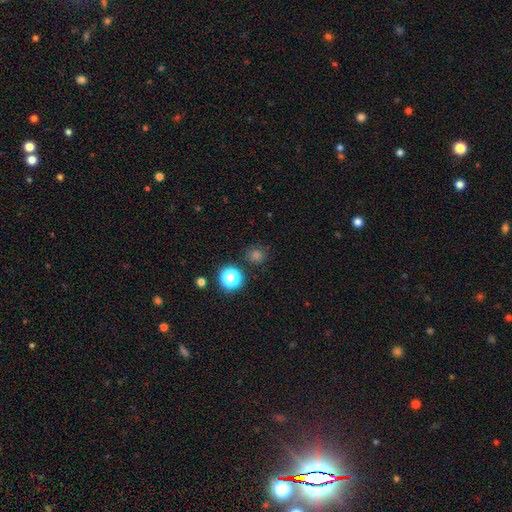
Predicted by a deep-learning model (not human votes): Smooth or featured? Predicted: smooth (p=0.63). How rounded? Predicted: round (p=0.90). Merging? Predicted: none (p=0.86).